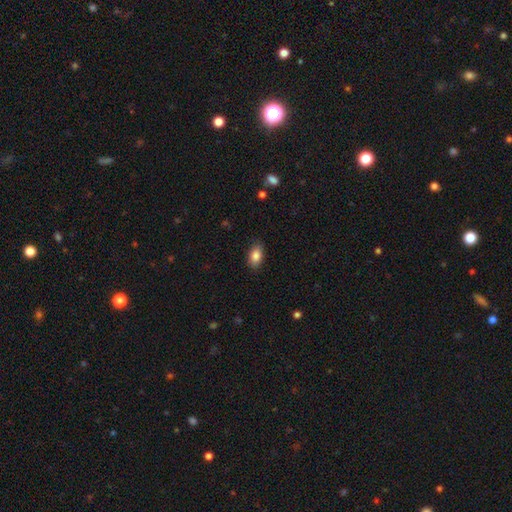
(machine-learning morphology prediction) smooth_or_featured: smooth (p=0.86) [alt: star or artifact p=0.08]
how_rounded: in between (p=0.90) [alt: round p=0.08]
merging: none (p=0.86) [alt: minor disturbance p=0.11]